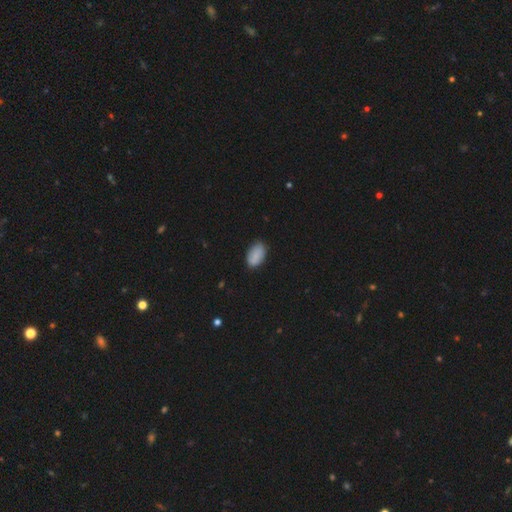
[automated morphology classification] smooth-or-featured: smooth: 84% | featured or disk: 9% | star or artifact: 7%
  how-rounded: in between: 92% | round: 6% | cigar-shaped: 1%
  merging: none: 79% | minor disturbance: 17% | major disturbance: 3% | merger: 1%